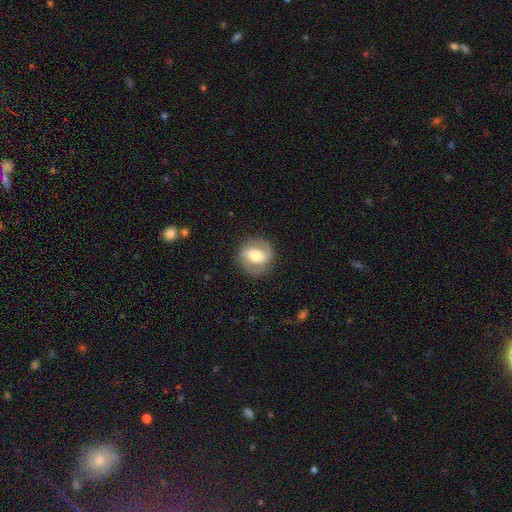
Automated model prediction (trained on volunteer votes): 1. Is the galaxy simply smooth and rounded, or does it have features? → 68% featured or disk, 25% smooth, 7% star or artifact.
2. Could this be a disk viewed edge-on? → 97% no, 3% yes.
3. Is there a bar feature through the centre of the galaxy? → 39% weak, 31% no, 30% strong.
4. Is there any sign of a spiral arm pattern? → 85% yes, 15% no.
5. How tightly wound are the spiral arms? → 48% medium, 33% tight, 19% loose.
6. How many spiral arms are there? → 88% 2, 5% can't tell, 4% 1, 1% 3, 1% 4, 1% more than 4.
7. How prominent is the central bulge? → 55% moderate, 24% small, 16% large, 2% dominant, 2% none.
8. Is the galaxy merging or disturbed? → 82% none, 11% minor disturbance, 5% major disturbance, 1% merger.